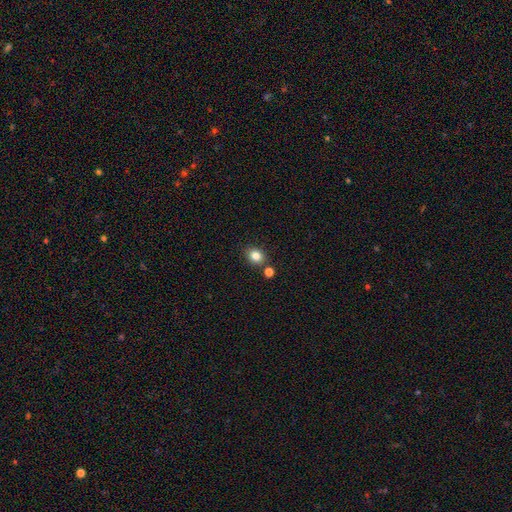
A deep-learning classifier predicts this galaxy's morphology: smooth-or-featured: smooth: 82% | star or artifact: 12% | featured or disk: 6%
  how-rounded: round: 61% | in between: 38% | cigar-shaped: 1%
  merging: none: 79% | minor disturbance: 9% | merger: 9% | major disturbance: 2%